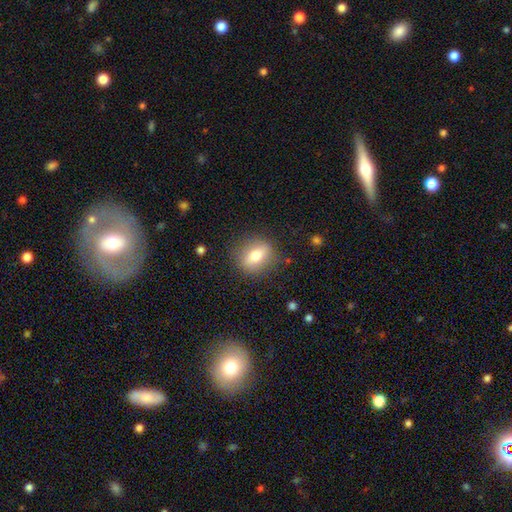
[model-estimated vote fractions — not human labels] Morphology: type=smooth (64%); roundness=in between (48%); merging=none (84%).